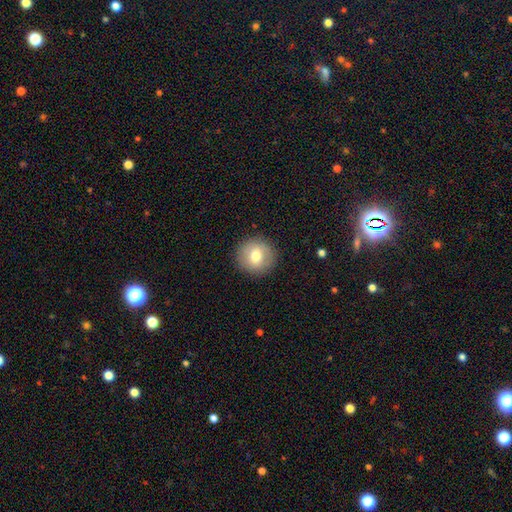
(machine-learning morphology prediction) smooth 71%, featured or disk 20%, star or artifact 8%. Down the decision tree: how rounded — round (93%); merging — none (90%).